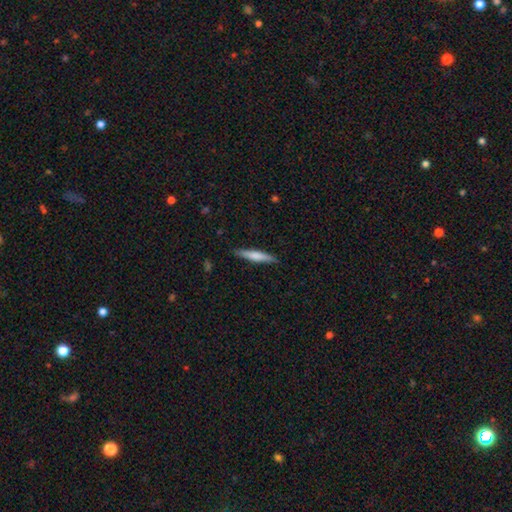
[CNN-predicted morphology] Smooth or featured: smooth — 66% (featured or disk — 28%)
How rounded: cigar-shaped — 90% (in between — 9%)
Merging: none — 87% (minor disturbance — 10%)